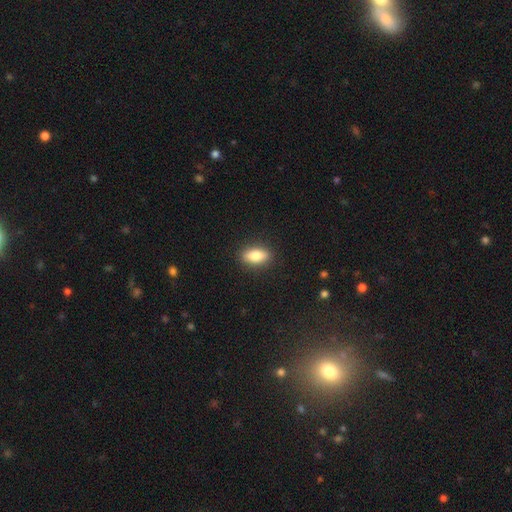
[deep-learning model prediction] smooth 78%, featured or disk 14%, star or artifact 7%. Down the decision tree: how rounded — in between (81%); merging — none (89%).